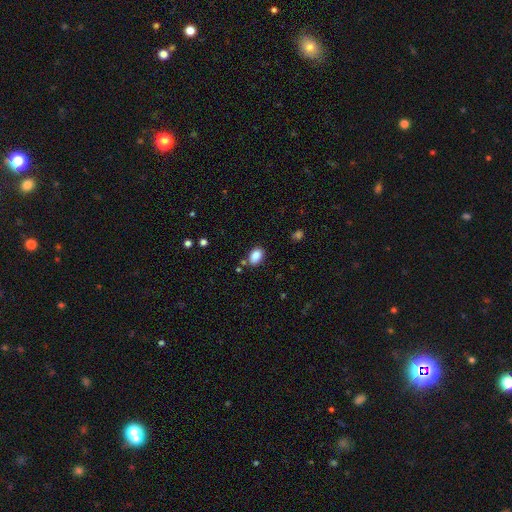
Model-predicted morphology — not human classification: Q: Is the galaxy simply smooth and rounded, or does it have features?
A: smooth — 87%.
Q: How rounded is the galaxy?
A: in between — 83%.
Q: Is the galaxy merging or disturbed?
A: none — 77%.